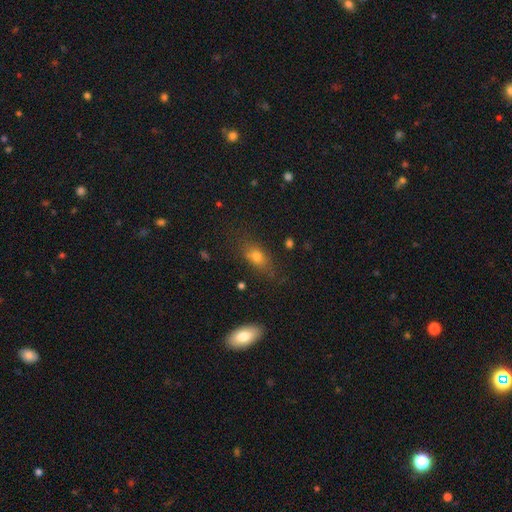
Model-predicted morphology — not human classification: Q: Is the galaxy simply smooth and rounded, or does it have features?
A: smooth — 73%.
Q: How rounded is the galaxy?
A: in between — 74%.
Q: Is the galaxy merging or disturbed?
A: none — 68%.